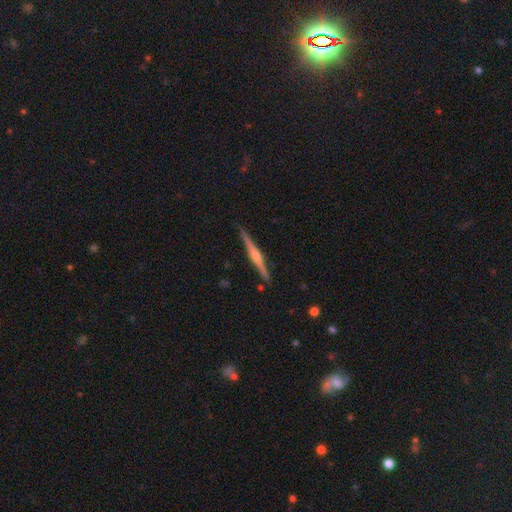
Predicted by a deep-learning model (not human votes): Smooth or featured: featured or disk — 78% (smooth — 17%)
Edge-on disk: yes — 99% (no — 1%)
Edge-on bulge: rounded — 82% (boxy — 10%)
Merging: none — 90% (minor disturbance — 7%)